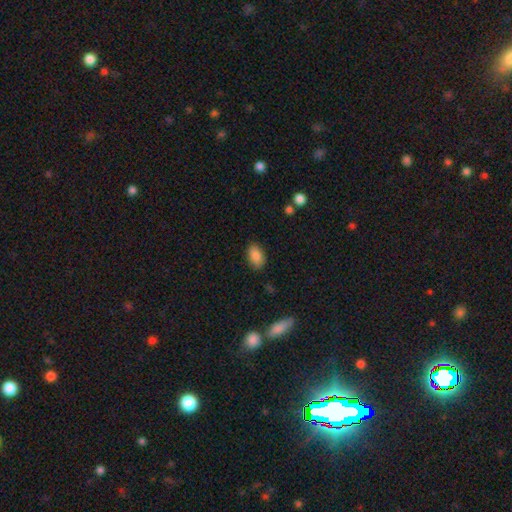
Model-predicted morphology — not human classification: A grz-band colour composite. It shows a smooth galaxy with no disk features (86%) that is in between round and cigar-shaped (91%). Merging: none (85%).